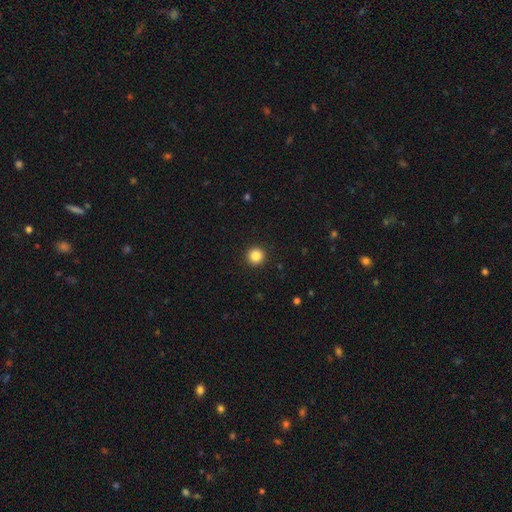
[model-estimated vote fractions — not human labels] Morphology: type=smooth (85%); roundness=round (96%); merging=none (93%).